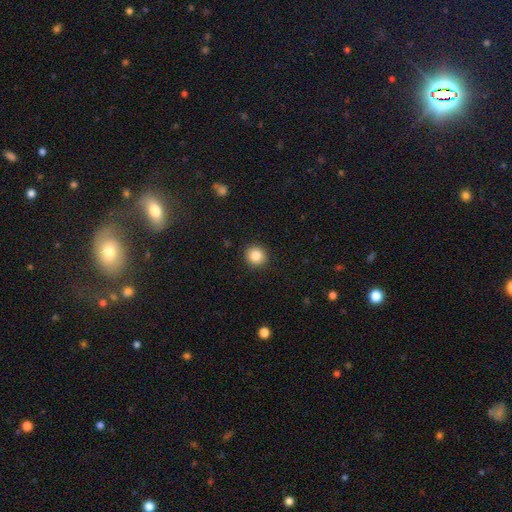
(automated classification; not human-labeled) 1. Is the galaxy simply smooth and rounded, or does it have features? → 85% smooth, 10% star or artifact, 5% featured or disk.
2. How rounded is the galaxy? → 90% round, 9% in between, 1% cigar-shaped.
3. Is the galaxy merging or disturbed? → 91% none, 6% minor disturbance, 2% major disturbance, 1% merger.